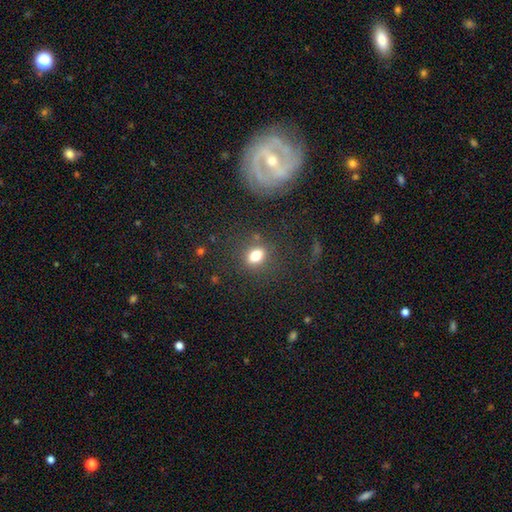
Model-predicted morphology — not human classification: This appears to be a smooth galaxy with no disk features (78%) that is in between round and cigar-shaped (60%). Merging: none (79%).